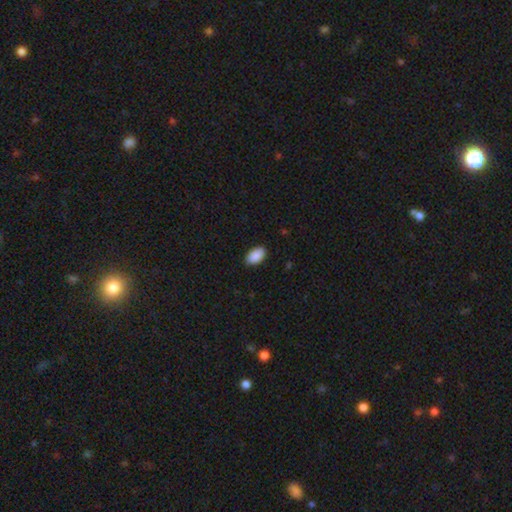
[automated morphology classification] Smooth or featured?
  - smooth: 91% *
  - star or artifact: 7%
  - featured or disk: 3%
How rounded?
  - in between: 94% *
  - round: 4%
  - cigar-shaped: 1%
Merging?
  - none: 88% *
  - minor disturbance: 9%
  - major disturbance: 2%
  - merger: 1%